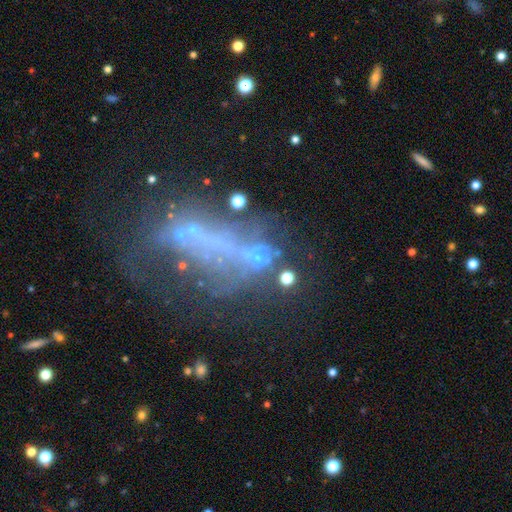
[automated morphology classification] Smooth or featured? featured or disk (37%)
Merging? none (31%)